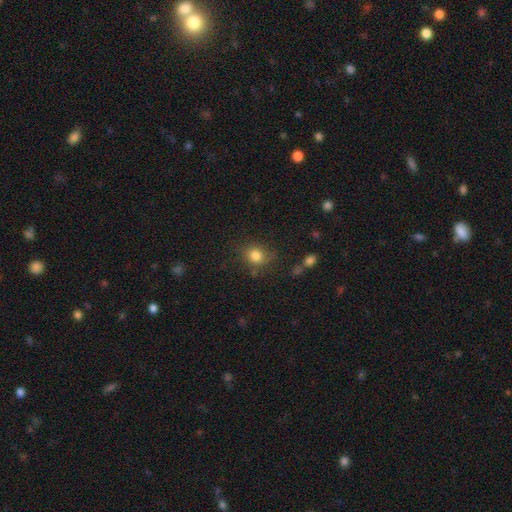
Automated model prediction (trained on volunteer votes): smooth_or_featured: smooth (p=0.81) [alt: star or artifact p=0.12]
how_rounded: round (p=0.70) [alt: in between p=0.29]
merging: none (p=0.75) [alt: minor disturbance p=0.16]